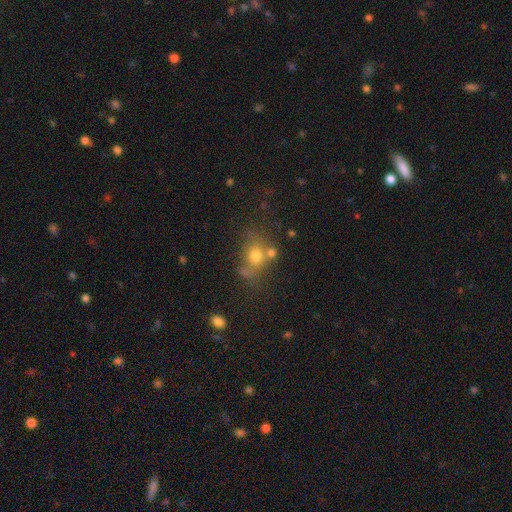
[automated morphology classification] Smooth or featured? smooth (67%)
How rounded? round (59%)
Merging? none (46%)